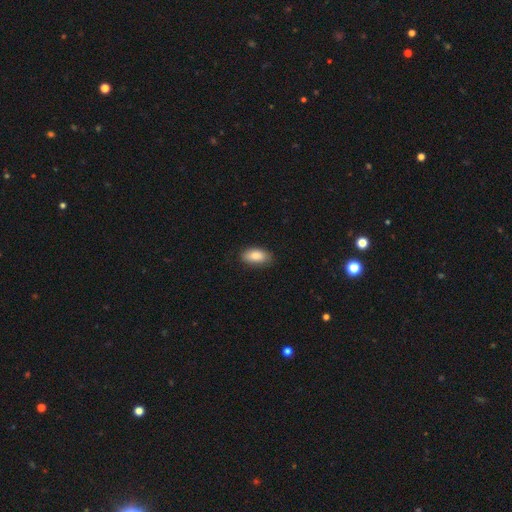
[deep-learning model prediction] A smooth galaxy with no disk features (87%) that is in between round and cigar-shaped (93%). Merging: none (84%).